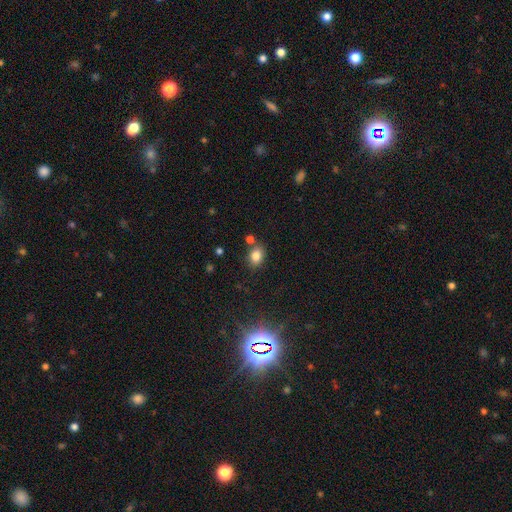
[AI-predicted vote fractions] Smooth or featured?
  - smooth: 81% *
  - star or artifact: 12%
  - featured or disk: 7%
How rounded?
  - in between: 60% *
  - round: 39%
  - cigar-shaped: 1%
Merging?
  - none: 73% *
  - minor disturbance: 13%
  - merger: 11%
  - major disturbance: 3%